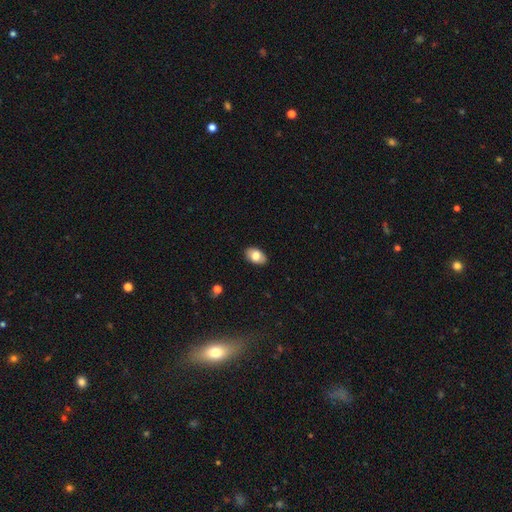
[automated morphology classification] Smooth or featured? smooth (79%)
How rounded? in between (91%)
Merging? none (88%)